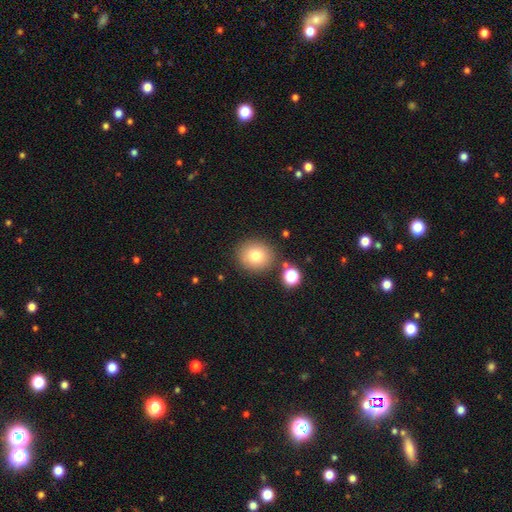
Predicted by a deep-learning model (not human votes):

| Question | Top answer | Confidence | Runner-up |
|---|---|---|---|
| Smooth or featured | smooth | 79% | star or artifact (11%) |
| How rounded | round | 80% | in between (19%) |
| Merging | none | 82% | minor disturbance (9%) |